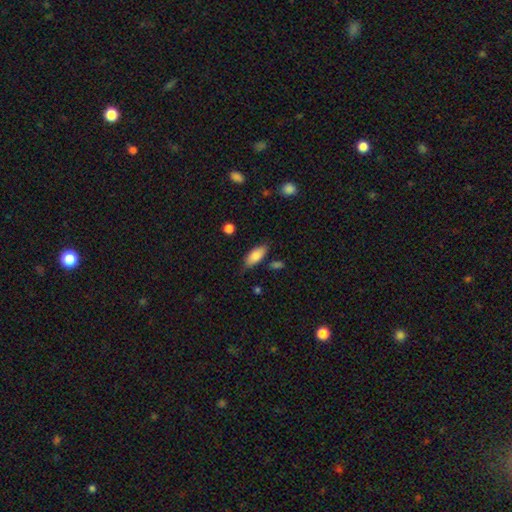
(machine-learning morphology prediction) smooth 82%, featured or disk 11%, star or artifact 7%. Down the decision tree: how rounded — in between (84%); merging — none (77%).